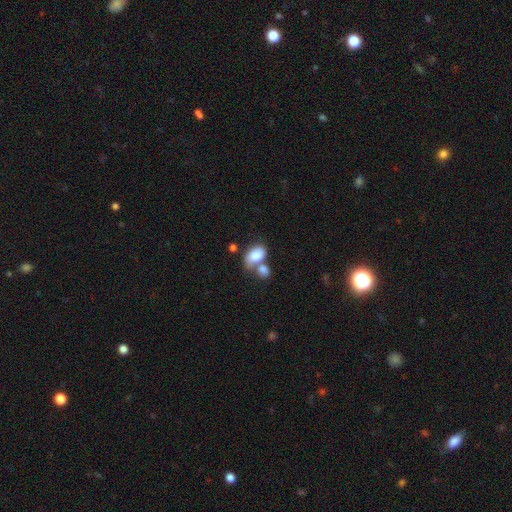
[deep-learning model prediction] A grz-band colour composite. It shows a smooth galaxy with no disk features (78%) that is in between round and cigar-shaped (84%). Merging: merger (53%).